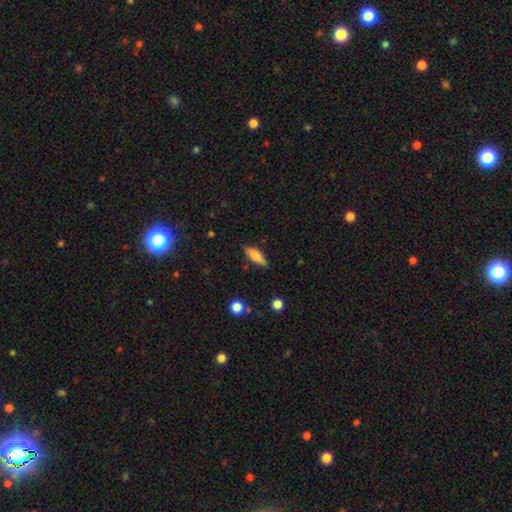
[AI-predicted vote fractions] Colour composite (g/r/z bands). It shows a smooth galaxy with no disk features (76%) that is in between round and cigar-shaped (58%). Merging: none (77%).